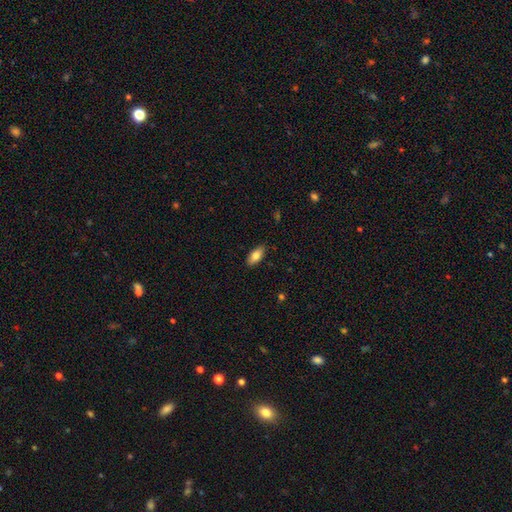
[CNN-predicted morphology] Smooth or featured? smooth (80%)
How rounded? in between (87%)
Merging? none (86%)